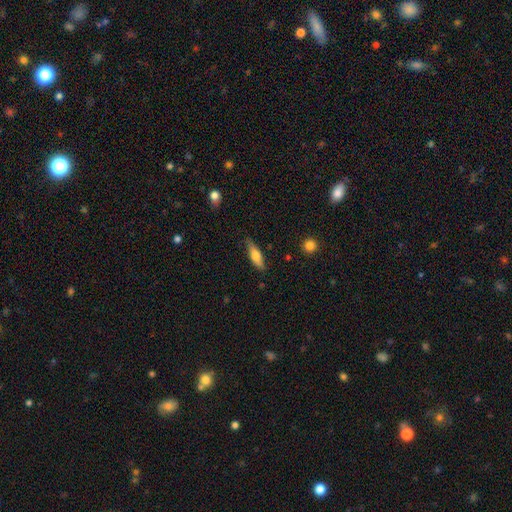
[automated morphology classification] Smooth or featured? Predicted: smooth (p=0.61). How rounded? Predicted: cigar-shaped (p=0.56). Merging? Predicted: none (p=0.82).